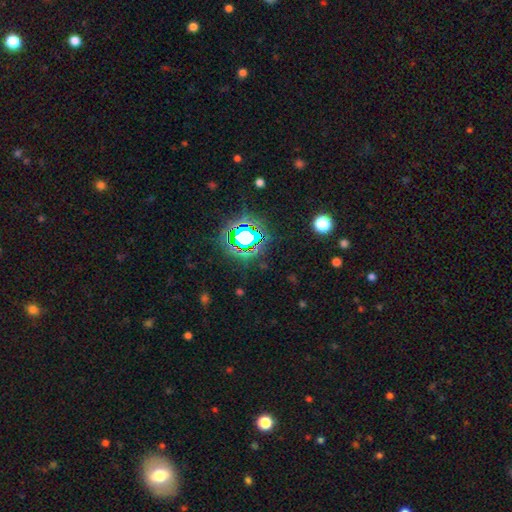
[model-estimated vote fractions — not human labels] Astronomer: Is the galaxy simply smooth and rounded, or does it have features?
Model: star or artifact — 80%.